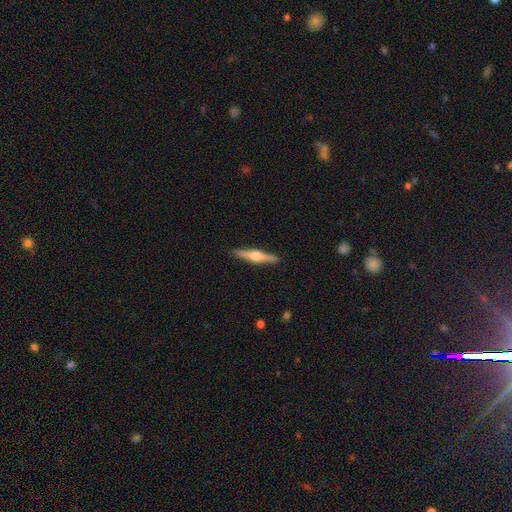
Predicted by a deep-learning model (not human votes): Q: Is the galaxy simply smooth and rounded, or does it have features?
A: featured or disk — 70%.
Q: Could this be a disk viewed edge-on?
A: yes — 98%.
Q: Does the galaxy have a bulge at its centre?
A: rounded — 91%.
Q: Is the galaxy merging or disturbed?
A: none — 92%.